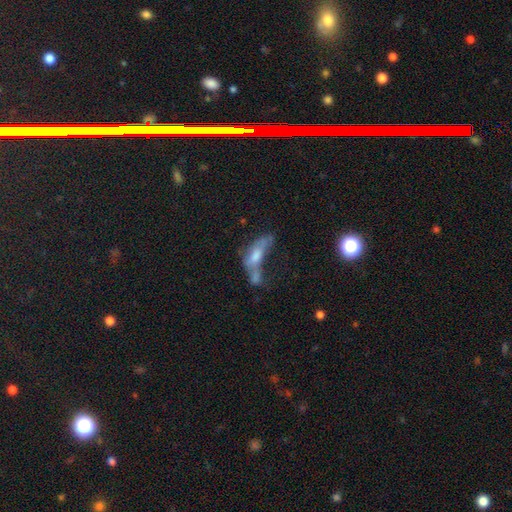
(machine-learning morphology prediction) smooth_or_featured: featured or disk (p=0.43) [tied with: smooth p=0.43]
merging: merger (p=0.41) [alt: major disturbance p=0.28]